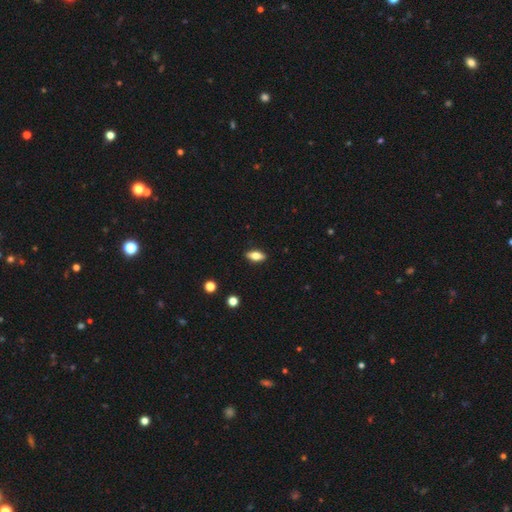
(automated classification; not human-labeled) The model was most divided on "smooth or featured": smooth: 67%, featured or disk: 26%, star or artifact: 8%. More confident: merging — none (89%); how rounded — in between (82%).